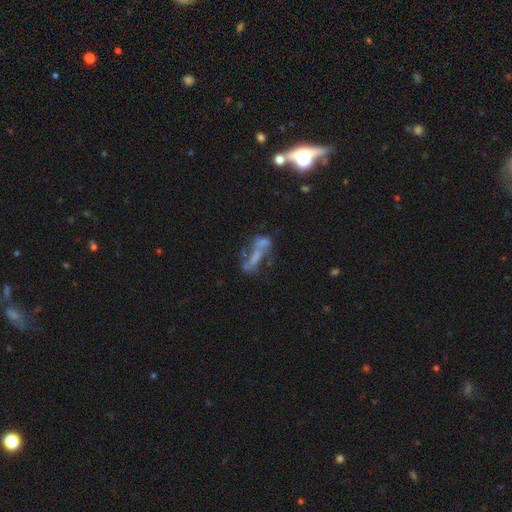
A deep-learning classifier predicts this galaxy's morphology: type=featured or disk (55%); edge-on=no (91%); bar=no (71%); spiral arms=no (76%); bulge=none (65%); merging=merger (30%, tied with none).